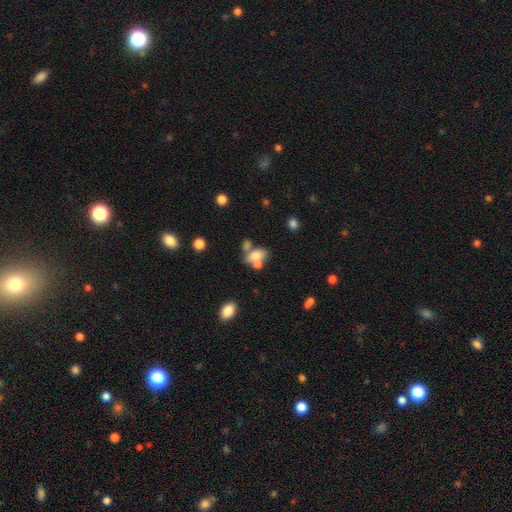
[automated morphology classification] smooth 69%, featured or disk 20%, star or artifact 11%. Down the decision tree: how rounded — in between (82%); merging — merger (46%).